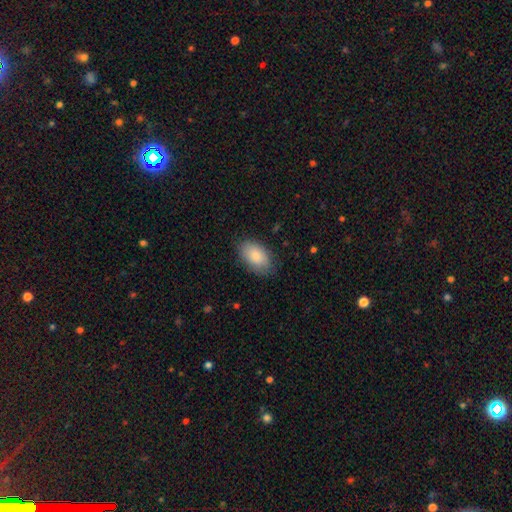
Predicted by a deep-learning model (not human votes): smooth 86%, featured or disk 8%, star or artifact 6%. Down the decision tree: how rounded — in between (93%); merging — none (81%).